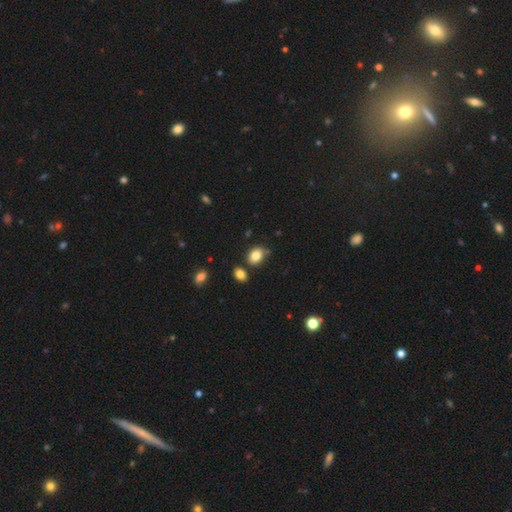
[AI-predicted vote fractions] A smooth galaxy with no disk features (83%) that is in between round and cigar-shaped (64%).

Vote fractions:
- Smooth or featured? smooth: 83% / star or artifact: 10% / featured or disk: 7%
- How rounded? in between: 64% / round: 35% / cigar-shaped: 1%
- Merging? none: 65% / minor disturbance: 22% / merger: 9% / major disturbance: 5%